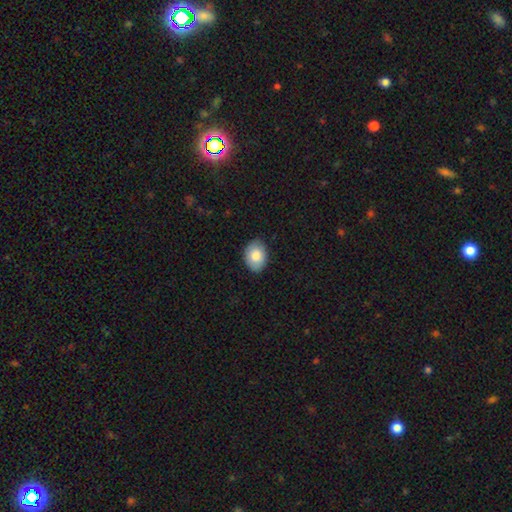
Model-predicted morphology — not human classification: smooth_or_featured: smooth (p=0.84) [alt: featured or disk p=0.09]
how_rounded: in between (p=0.75) [alt: round p=0.24]
merging: none (p=0.86) [alt: minor disturbance p=0.11]